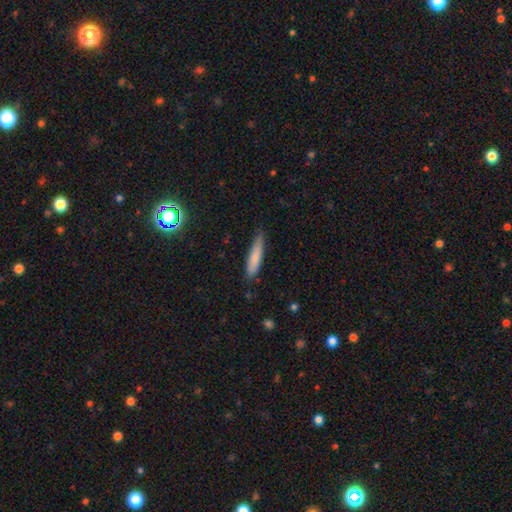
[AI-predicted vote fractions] A smooth galaxy with no disk features (81%) that is cigar-shaped (84%).

Vote fractions:
- Smooth or featured? smooth: 81% / featured or disk: 13% / star or artifact: 6%
- How rounded? cigar-shaped: 84% / in between: 15% / round: 1%
- Merging? none: 75% / minor disturbance: 20% / major disturbance: 3% / merger: 1%